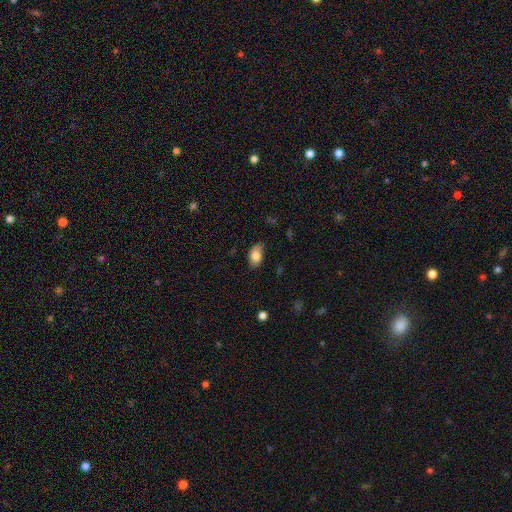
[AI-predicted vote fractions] Smooth or featured? Predicted: smooth (p=0.79). How rounded? Predicted: in between (p=0.90). Merging? Predicted: none (p=0.73).